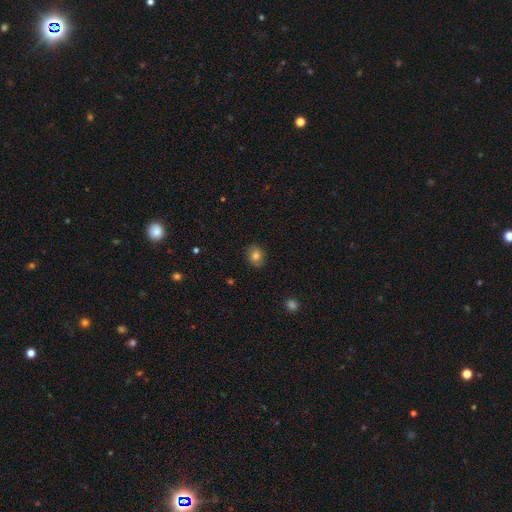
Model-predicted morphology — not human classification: This appears to be a smooth galaxy with no disk features (82%) that is in between round and cigar-shaped (53%). Merging: none (87%).